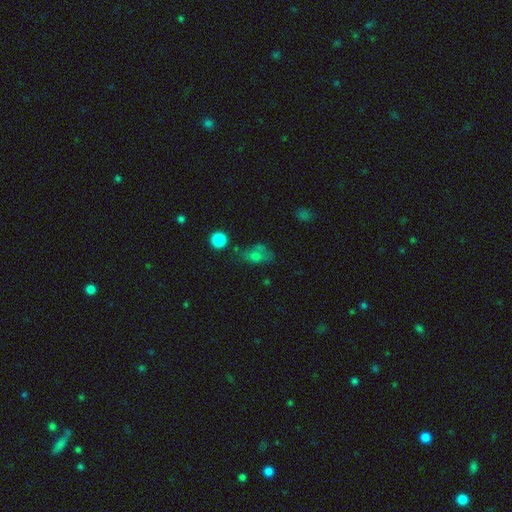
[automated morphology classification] smooth_or_featured: smooth (p=0.62) [alt: featured or disk p=0.23]
how_rounded: in between (p=0.73) [alt: round p=0.22]
merging: none (p=0.41) [alt: minor disturbance p=0.27]